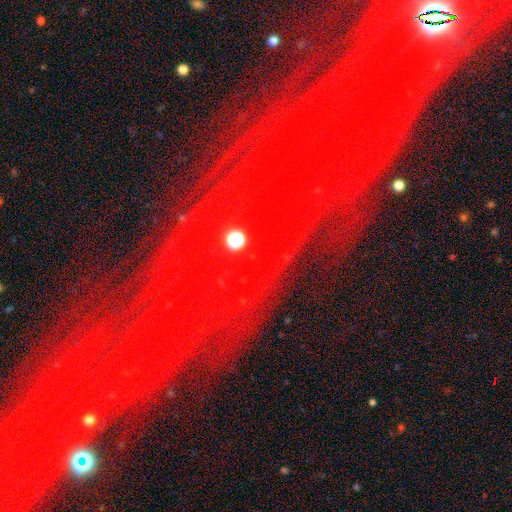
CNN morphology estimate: type=star or artifact (56%).